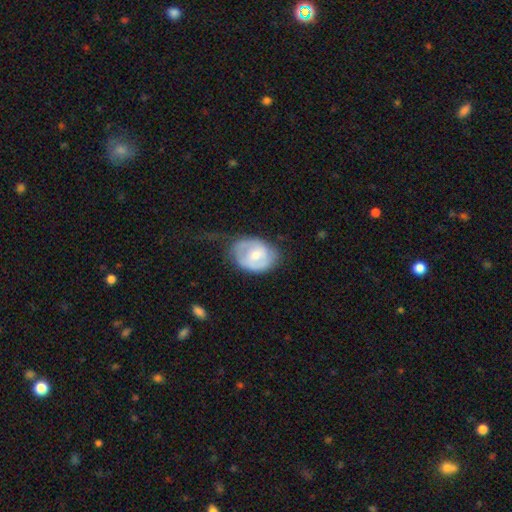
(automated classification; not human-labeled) Smooth or featured? Predicted: featured or disk (p=0.57). Edge-on disk? Predicted: no (p=0.97). Bar? Predicted: weak (p=0.49). Spiral arms? Predicted: yes (p=0.66). Bulge size? Predicted: moderate (p=0.59). Merging? Predicted: none (p=0.46).